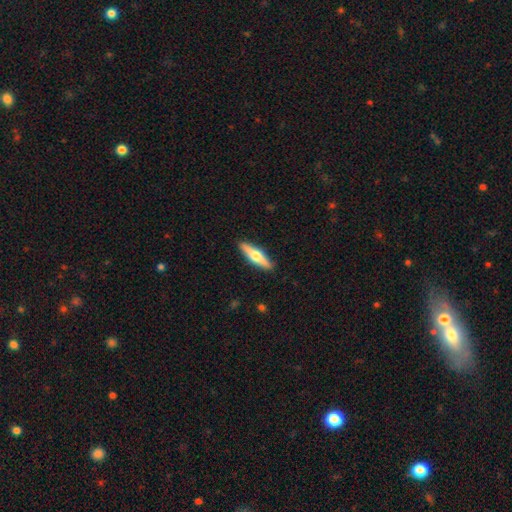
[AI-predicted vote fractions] This appears to be a featured or disk galaxy (52%) viewed edge-on (95%). Merging: none (91%).